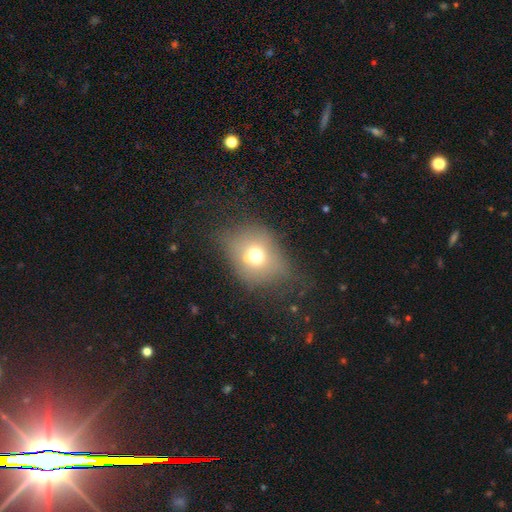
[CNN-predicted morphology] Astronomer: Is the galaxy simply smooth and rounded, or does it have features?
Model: smooth — 63%.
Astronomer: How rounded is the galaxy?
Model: round — 54% (runner-up: in between, 45%).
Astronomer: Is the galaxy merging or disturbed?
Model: none — 49% (runner-up: minor disturbance, 24%).